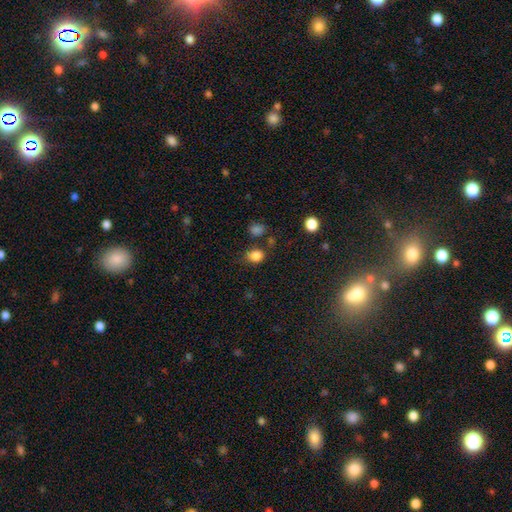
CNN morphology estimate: Overall: smooth (83%). How rounded: round (50%; in between 49%). Merging: none (68%).